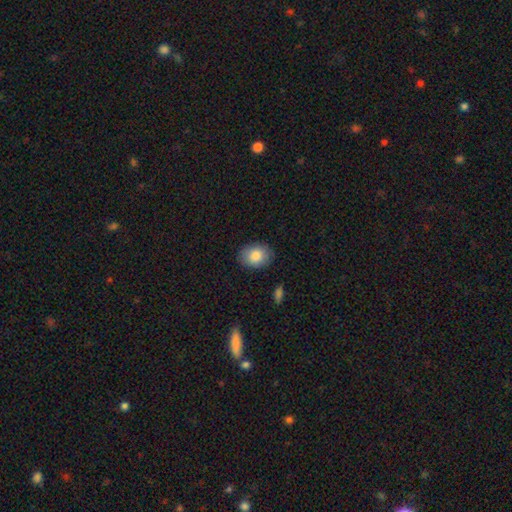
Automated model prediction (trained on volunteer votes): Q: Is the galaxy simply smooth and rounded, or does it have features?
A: smooth — 84%.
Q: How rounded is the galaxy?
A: in between — 67%.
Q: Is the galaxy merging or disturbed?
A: none — 86%.